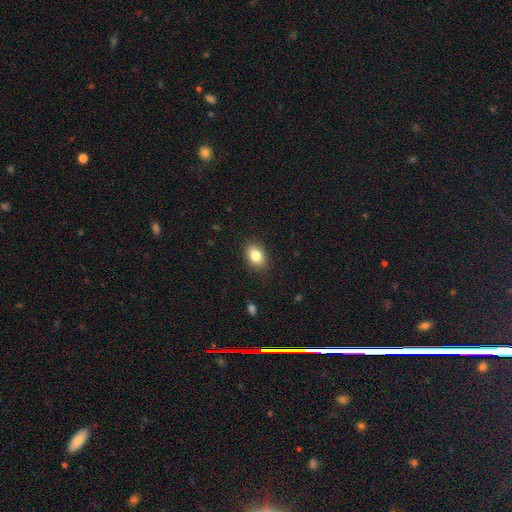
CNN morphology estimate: smooth-or-featured: smooth: 84% | star or artifact: 9% | featured or disk: 7%
  how-rounded: in between: 78% | round: 20% | cigar-shaped: 1%
  merging: none: 88% | minor disturbance: 8% | major disturbance: 2% | merger: 1%